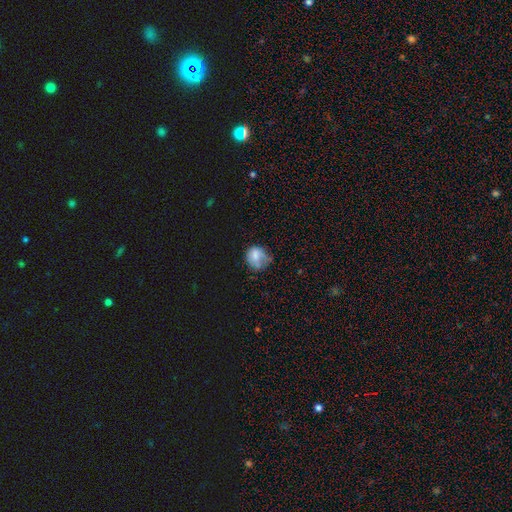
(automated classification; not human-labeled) smooth_or_featured: smooth (p=0.67) [alt: featured or disk p=0.22]
how_rounded: round (p=0.66) [alt: in between p=0.33]
merging: none (p=0.40) [alt: minor disturbance p=0.33]